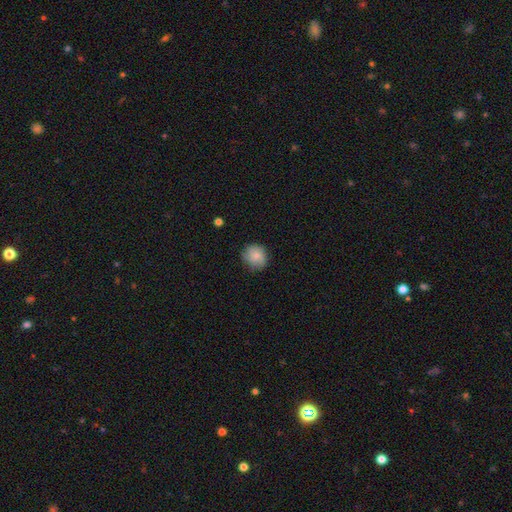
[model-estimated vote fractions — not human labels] A smooth galaxy with no disk features (77%) that is round (82%). Merging: none (71%).